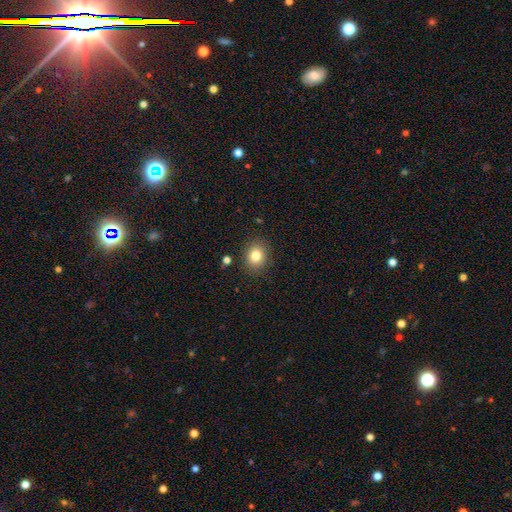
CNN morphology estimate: The model was most divided on "how rounded": round: 60%, in between: 39%, cigar-shaped: 1%. More confident: merging — none (87%); smooth or featured — smooth (82%).